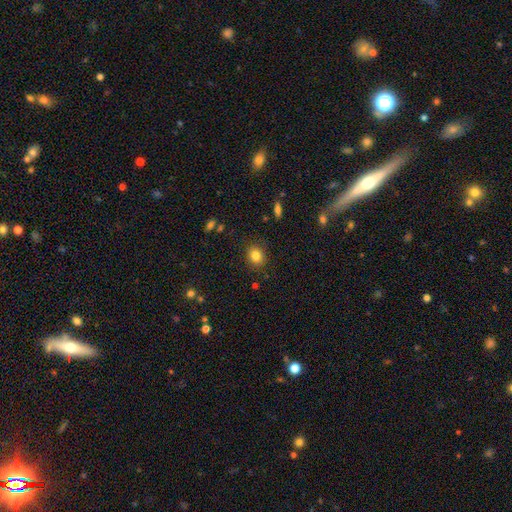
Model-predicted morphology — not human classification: Smooth or featured?
  - smooth: 82% *
  - star or artifact: 11%
  - featured or disk: 7%
How rounded?
  - round: 69% *
  - in between: 30%
  - cigar-shaped: 1%
Merging?
  - none: 88% *
  - minor disturbance: 9%
  - major disturbance: 2%
  - merger: 1%